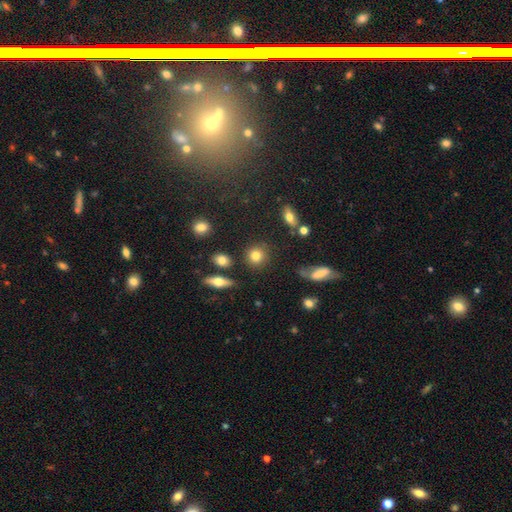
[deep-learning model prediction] Smooth or featured: smooth — 78% (featured or disk — 11%)
How rounded: round — 85% (in between — 13%)
Merging: none — 82% (minor disturbance — 10%)